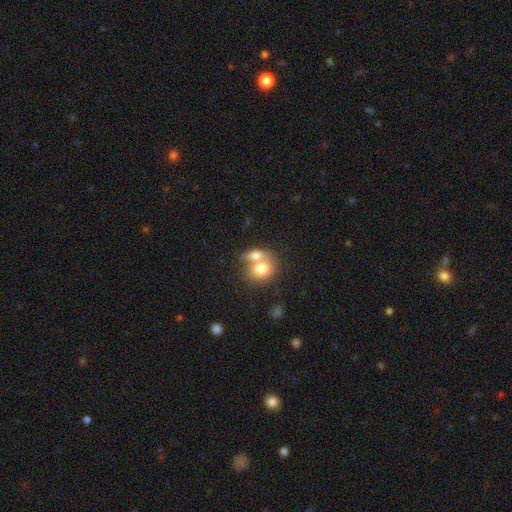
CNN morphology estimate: This appears to be a smooth galaxy with no disk features (75%) that is in between round and cigar-shaped (55%). Merging: merger (68%).